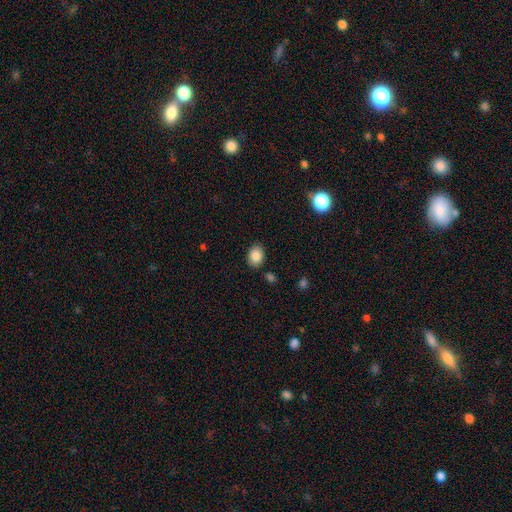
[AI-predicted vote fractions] A smooth galaxy with no disk features (86%) that is in between round and cigar-shaped (67%).

Vote fractions:
- Smooth or featured? smooth: 86% / star or artifact: 8% / featured or disk: 5%
- How rounded? in between: 67% / round: 32% / cigar-shaped: 1%
- Merging? none: 85% / minor disturbance: 10% / major disturbance: 3% / merger: 2%